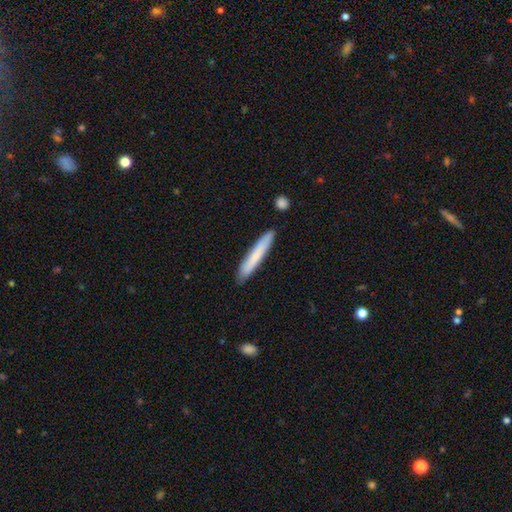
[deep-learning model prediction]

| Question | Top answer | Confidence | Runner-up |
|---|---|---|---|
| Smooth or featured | smooth | 72% | featured or disk (22%) |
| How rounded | cigar-shaped | 95% | in between (4%) |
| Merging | none | 88% | minor disturbance (8%) |